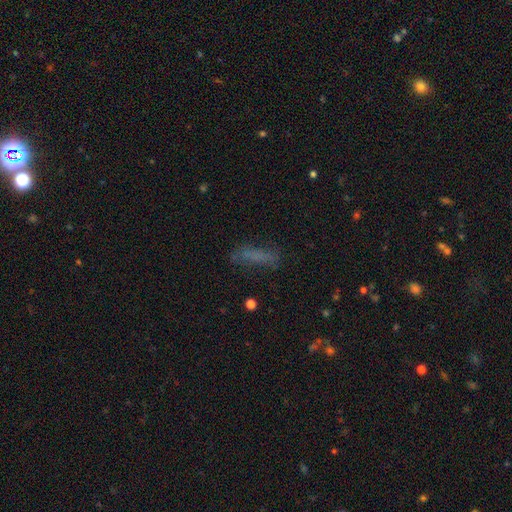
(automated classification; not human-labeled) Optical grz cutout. It shows a smooth galaxy with no disk features (63%) that is cigar-shaped (71%). Merging: none (68%).